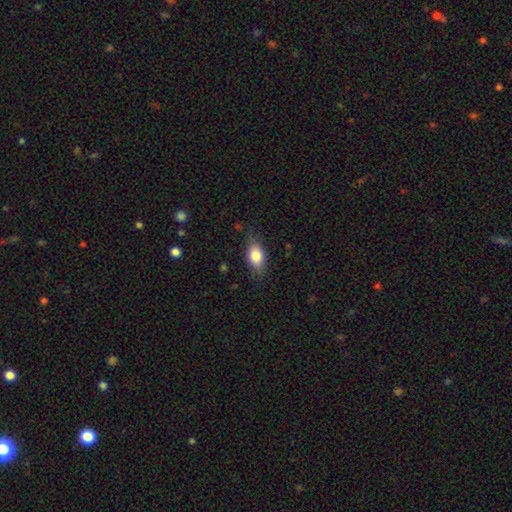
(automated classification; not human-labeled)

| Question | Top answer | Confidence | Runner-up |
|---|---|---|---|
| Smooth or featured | smooth | 79% | featured or disk (13%) |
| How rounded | in between | 83% | round (10%) |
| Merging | none | 77% | minor disturbance (18%) |